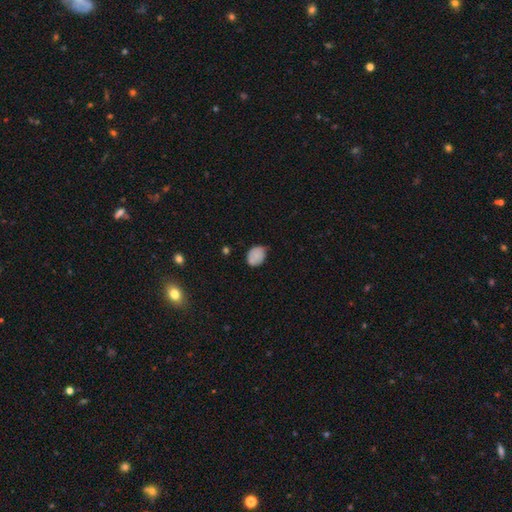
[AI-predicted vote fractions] Smooth or featured: smooth — 83% (star or artifact — 9%)
How rounded: in between — 63% (round — 36%)
Merging: none — 64% (minor disturbance — 30%)